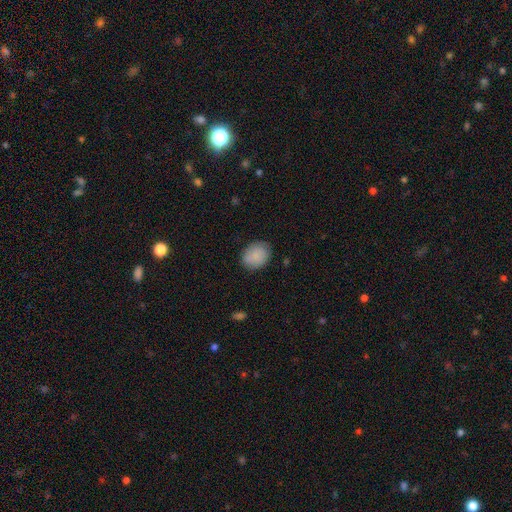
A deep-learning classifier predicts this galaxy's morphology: Smooth or featured? smooth (86%)
How rounded? in between (53%)
Merging? none (83%)